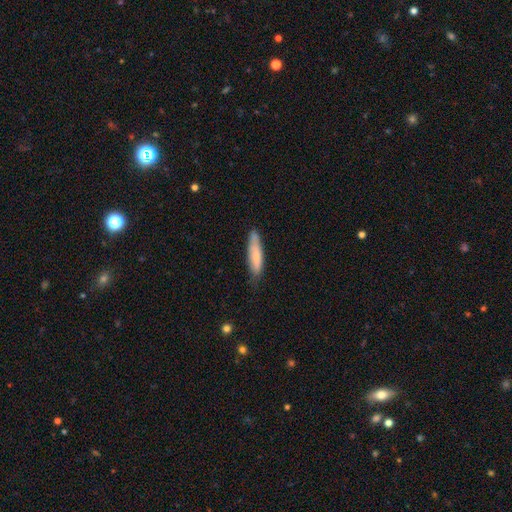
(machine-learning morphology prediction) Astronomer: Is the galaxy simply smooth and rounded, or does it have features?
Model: smooth — 76%.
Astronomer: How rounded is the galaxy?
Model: cigar-shaped — 81%.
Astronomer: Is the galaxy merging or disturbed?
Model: none — 70%.